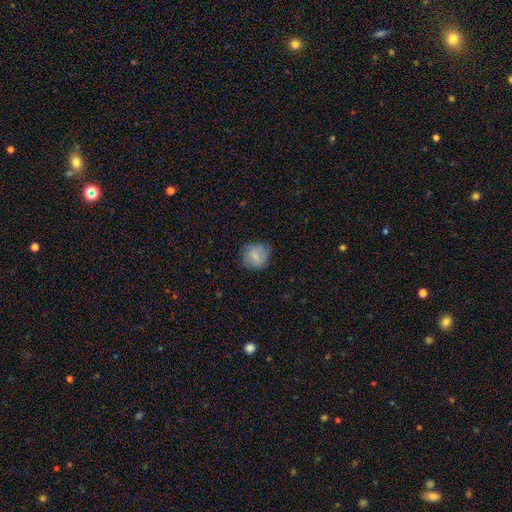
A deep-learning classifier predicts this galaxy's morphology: Q: Smooth or featured?
A: smooth (76%); runner-up: featured or disk (16%)
Q: How rounded?
A: round (83%); runner-up: in between (16%)
Q: Merging?
A: none (76%); runner-up: minor disturbance (18%)